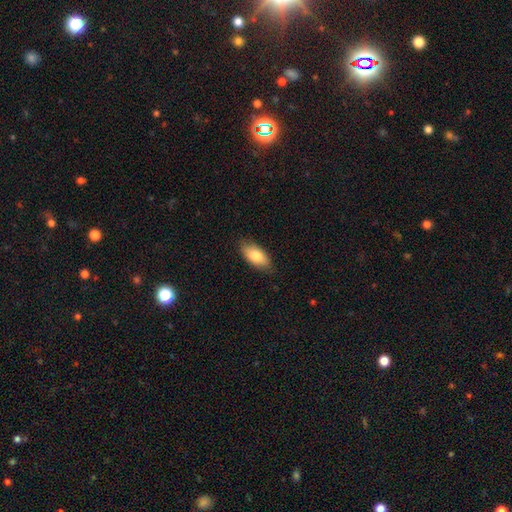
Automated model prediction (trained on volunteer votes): A smooth galaxy with no disk features (81%) that is in between round and cigar-shaped (90%).

Vote fractions:
- Smooth or featured? smooth: 81% / featured or disk: 12% / star or artifact: 6%
- How rounded? in between: 90% / cigar-shaped: 7% / round: 3%
- Merging? none: 83% / minor disturbance: 13% / major disturbance: 2% / merger: 1%